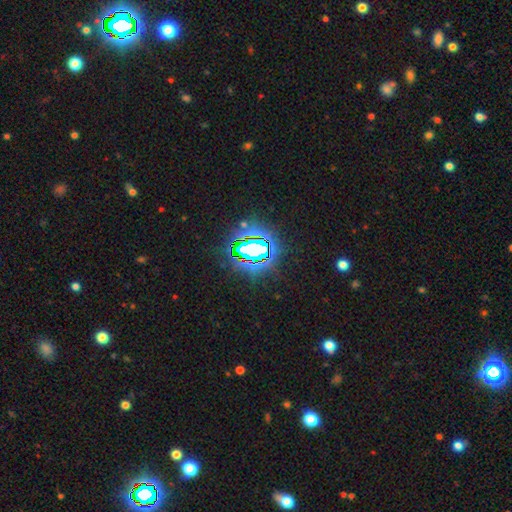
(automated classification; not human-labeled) smooth_or_featured: star or artifact (p=0.75) [alt: smooth p=0.14]